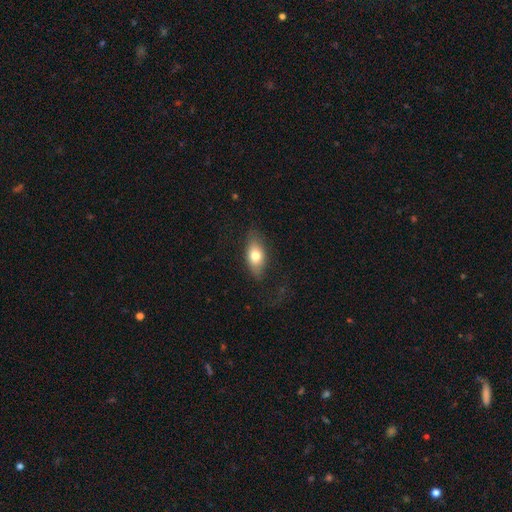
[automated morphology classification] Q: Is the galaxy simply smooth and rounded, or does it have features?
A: smooth — 72%.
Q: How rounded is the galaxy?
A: in between — 85%.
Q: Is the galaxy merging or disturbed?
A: none — 74%.